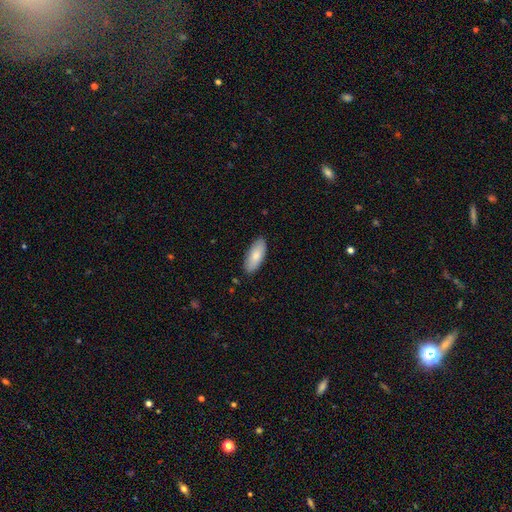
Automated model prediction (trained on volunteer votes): Smooth or featured? Predicted: smooth (p=0.82). How rounded? Predicted: in between (p=0.83). Merging? Predicted: none (p=0.86).